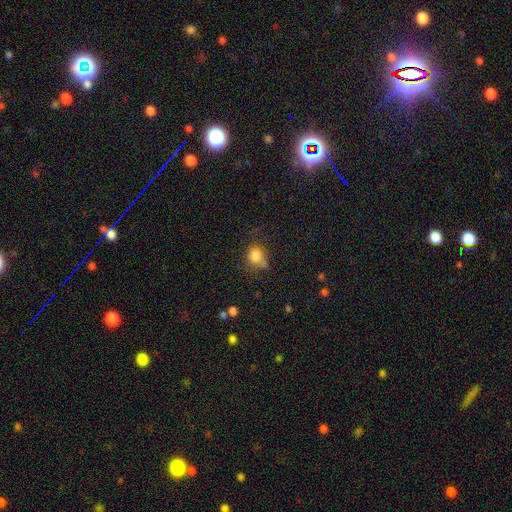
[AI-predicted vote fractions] Smooth or featured? Predicted: smooth (p=0.79). How rounded? Predicted: round (p=0.71). Merging? Predicted: none (p=0.51).